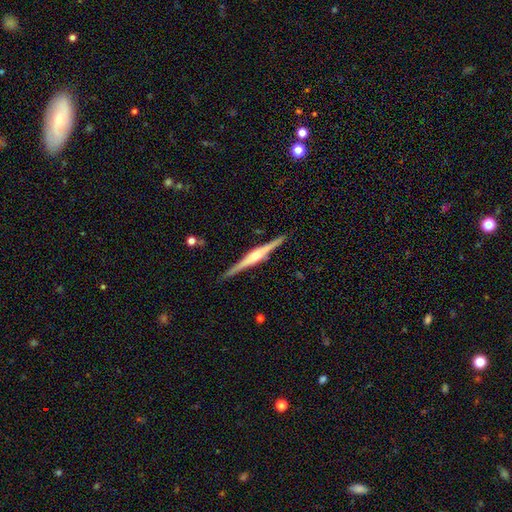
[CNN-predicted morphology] A featured or disk galaxy (81%) viewed edge-on (99%) with a rounded central bulge (71%).

Vote fractions:
- Smooth or featured? featured or disk: 81% / smooth: 14% / star or artifact: 5%
- Edge-on disk? yes: 99% / no: 1%
- Edge-on bulge? rounded: 71% / boxy: 22% / none: 7%
- Merging? none: 90% / minor disturbance: 7% / major disturbance: 1% / merger: 1%